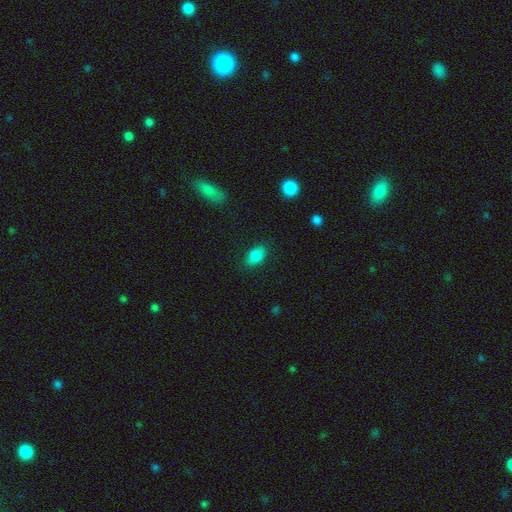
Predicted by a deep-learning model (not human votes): Q: Smooth or featured?
A: smooth (83%); runner-up: star or artifact (9%)
Q: How rounded?
A: in between (85%); runner-up: round (13%)
Q: Merging?
A: none (81%); runner-up: minor disturbance (14%)